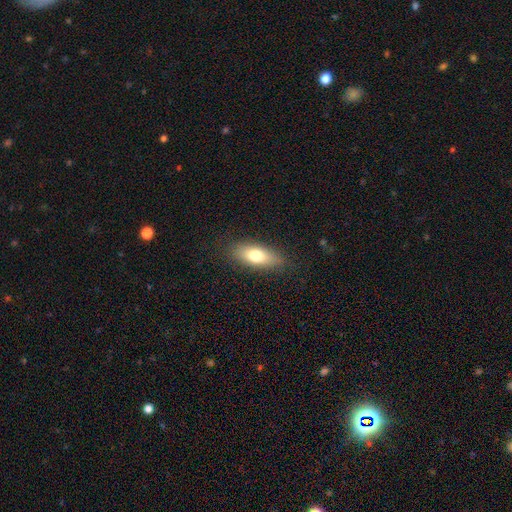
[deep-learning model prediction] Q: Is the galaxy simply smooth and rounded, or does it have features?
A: smooth — 73%.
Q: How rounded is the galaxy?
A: in between — 70%.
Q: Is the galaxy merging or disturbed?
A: none — 84%.